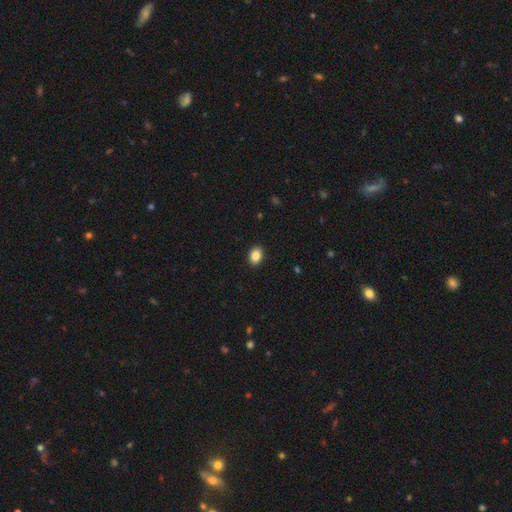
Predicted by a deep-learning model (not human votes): smooth_or_featured: smooth (p=0.87) [alt: star or artifact p=0.08]
how_rounded: in between (p=0.78) [alt: round p=0.21]
merging: none (p=0.91) [alt: minor disturbance p=0.07]